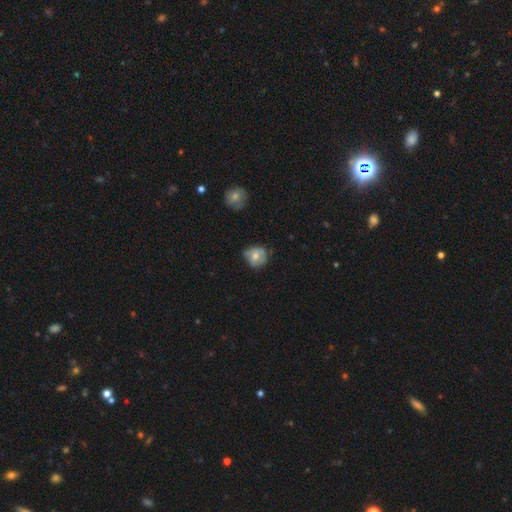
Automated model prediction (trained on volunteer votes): smooth-or-featured: smooth: 61% | featured or disk: 30% | star or artifact: 8%
  how-rounded: round: 76% | in between: 23% | cigar-shaped: 1%
  merging: none: 56% | minor disturbance: 33% | major disturbance: 9% | merger: 2%